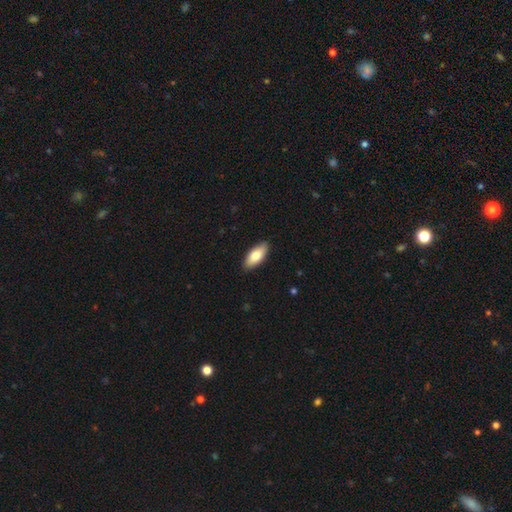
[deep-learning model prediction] This appears to be a smooth galaxy with no disk features (79%) that is in between round and cigar-shaped (83%). Merging: none (89%).